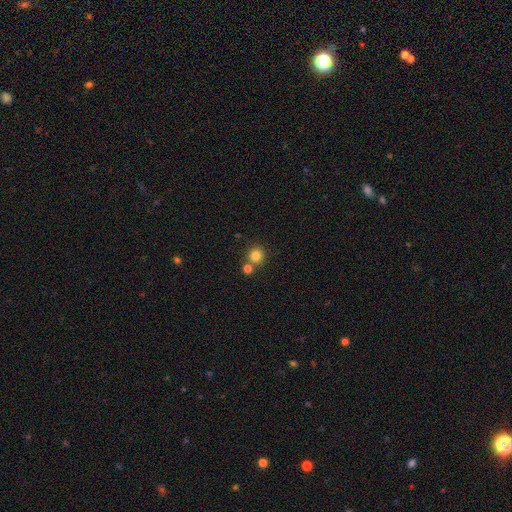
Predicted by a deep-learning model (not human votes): smooth-or-featured: smooth: 82% | star or artifact: 12% | featured or disk: 6%
  how-rounded: round: 91% | in between: 8% | cigar-shaped: 1%
  merging: none: 69% | merger: 21% | minor disturbance: 7% | major disturbance: 3%